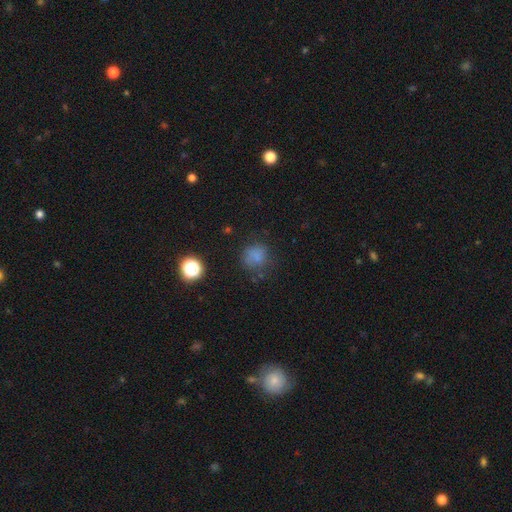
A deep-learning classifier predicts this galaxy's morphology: The model was most divided on "merging": none: 67%, minor disturbance: 20%, major disturbance: 10%, merger: 3%. More confident: how rounded — round (80%); smooth or featured — smooth (72%).